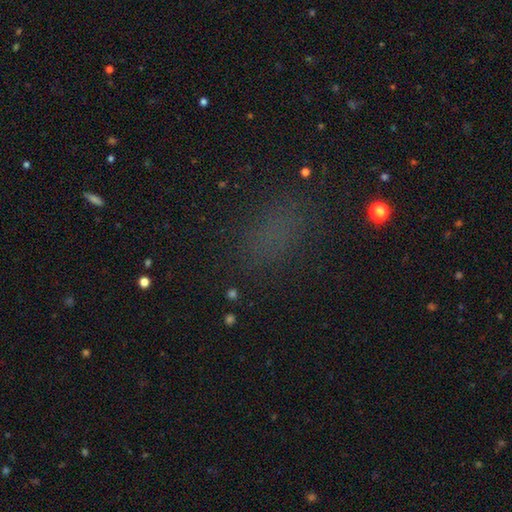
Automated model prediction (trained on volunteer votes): smooth 57%, star or artifact 34%, featured or disk 9%. Down the decision tree: how rounded — in between (73%); merging — none (76%).